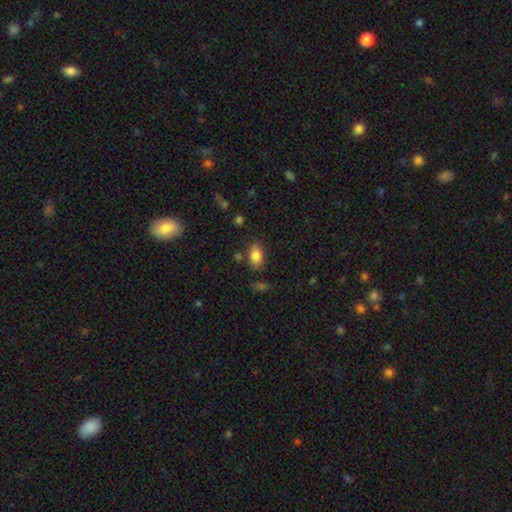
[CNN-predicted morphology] Q: Smooth or featured?
A: smooth (83%); runner-up: star or artifact (9%)
Q: How rounded?
A: in between (86%); runner-up: round (12%)
Q: Merging?
A: none (76%); runner-up: minor disturbance (16%)